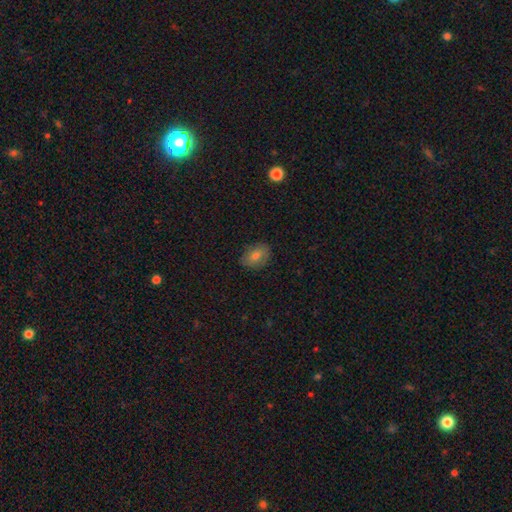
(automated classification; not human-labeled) Overall: smooth (73%). How rounded: in between (78%). Merging: none (81%).